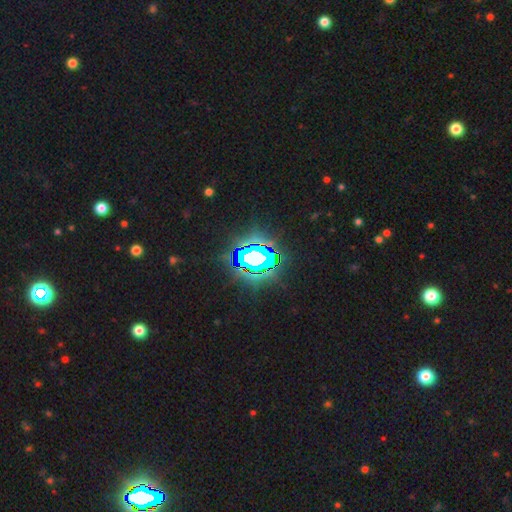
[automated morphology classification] Overall: star or artifact (72%).